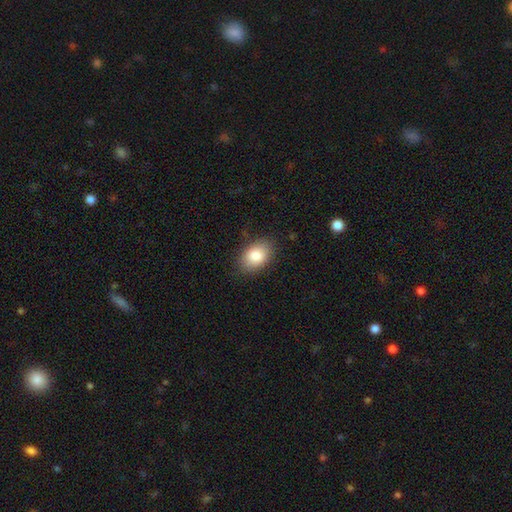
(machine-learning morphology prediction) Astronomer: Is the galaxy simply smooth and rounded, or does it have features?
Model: smooth — 85%.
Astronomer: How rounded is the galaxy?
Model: in between — 87%.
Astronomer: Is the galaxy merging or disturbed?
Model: none — 84%.